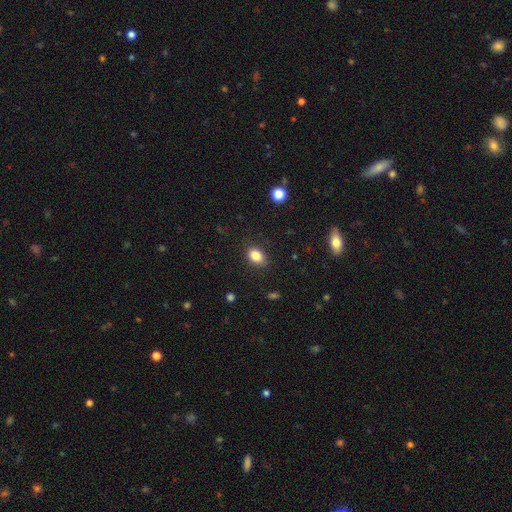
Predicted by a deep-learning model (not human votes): This is clearly a smooth galaxy (84%). How rounded: likely in between (74%). Merging: clearly none (85%).